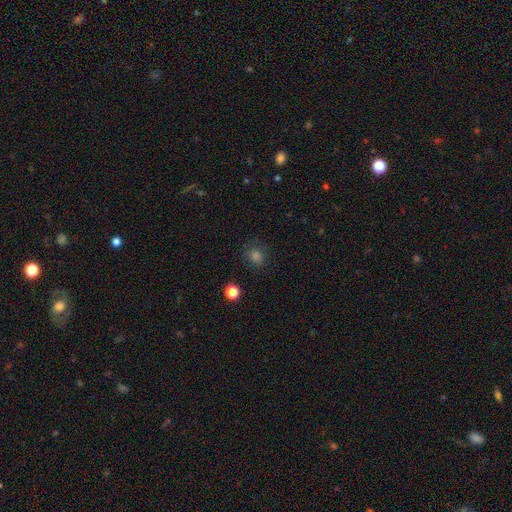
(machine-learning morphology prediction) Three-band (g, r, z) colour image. It shows a smooth galaxy with no disk features (71%) that is round (74%). Merging: none (84%).